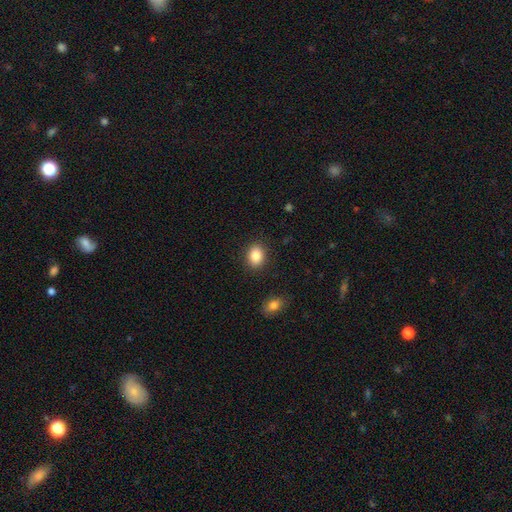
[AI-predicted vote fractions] Q: Smooth or featured?
A: smooth (87%); runner-up: star or artifact (9%)
Q: How rounded?
A: in between (64%); runner-up: round (35%)
Q: Merging?
A: none (88%); runner-up: minor disturbance (8%)